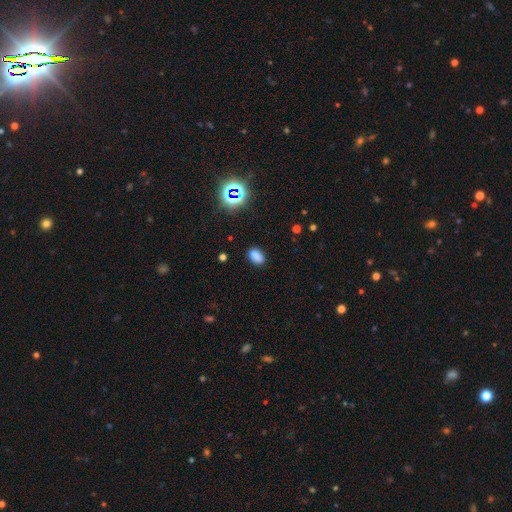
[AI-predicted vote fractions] This is likely a smooth galaxy (78%). How rounded: clearly in between (87%). Merging: clearly none (81%).